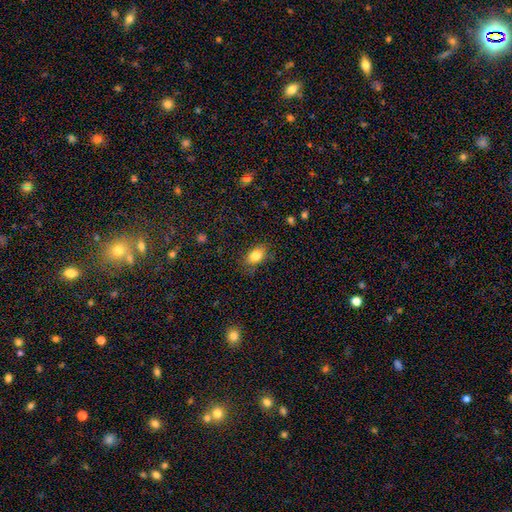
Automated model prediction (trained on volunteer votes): The model was most divided on "merging": none: 80%, minor disturbance: 15%, major disturbance: 4%, merger: 1%. More confident: how rounded — in between (84%); smooth or featured — smooth (83%).